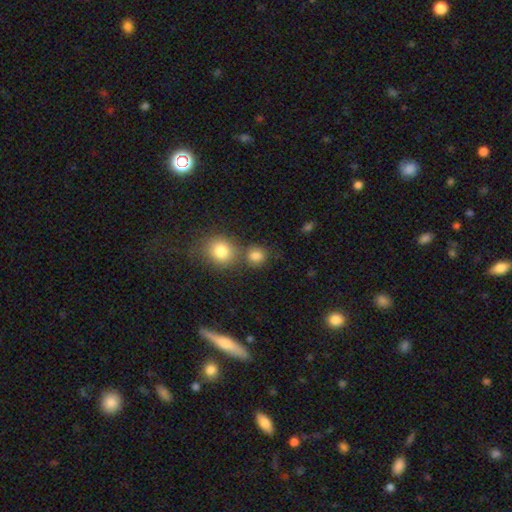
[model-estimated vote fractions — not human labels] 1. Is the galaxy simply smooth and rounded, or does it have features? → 82% smooth, 12% star or artifact, 6% featured or disk.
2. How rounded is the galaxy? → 85% round, 14% in between, 1% cigar-shaped.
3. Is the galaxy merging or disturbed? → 64% none, 24% merger, 8% minor disturbance, 4% major disturbance.